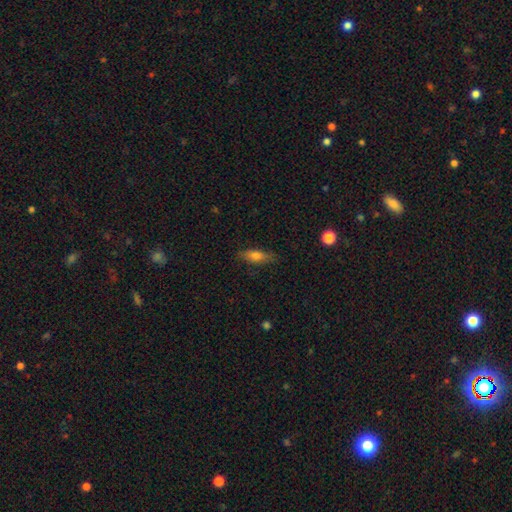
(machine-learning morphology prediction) Q: Smooth or featured?
A: smooth (71%); runner-up: featured or disk (21%)
Q: How rounded?
A: in between (59%); runner-up: cigar-shaped (38%)
Q: Merging?
A: none (79%); runner-up: minor disturbance (16%)